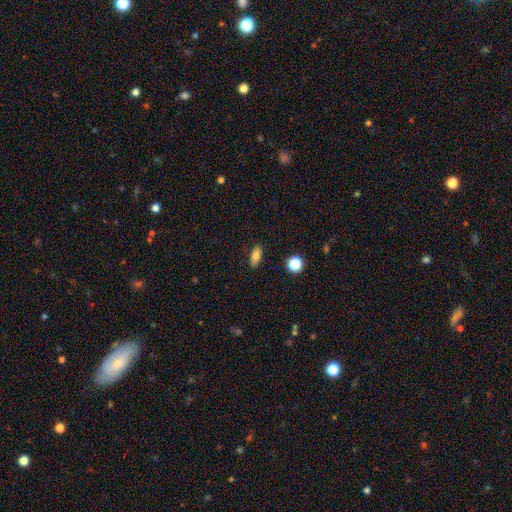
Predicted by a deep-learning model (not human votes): Smooth or featured: smooth — 79% (featured or disk — 12%)
How rounded: in between — 82% (cigar-shaped — 12%)
Merging: none — 87% (minor disturbance — 9%)